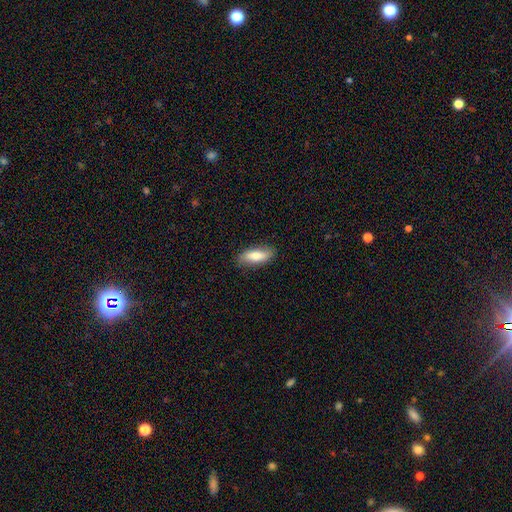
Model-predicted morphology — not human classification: Smooth or featured?
  - smooth: 77% *
  - featured or disk: 17%
  - star or artifact: 6%
How rounded?
  - in between: 76% *
  - cigar-shaped: 21%
  - round: 2%
Merging?
  - none: 84% *
  - minor disturbance: 13%
  - major disturbance: 2%
  - merger: 1%